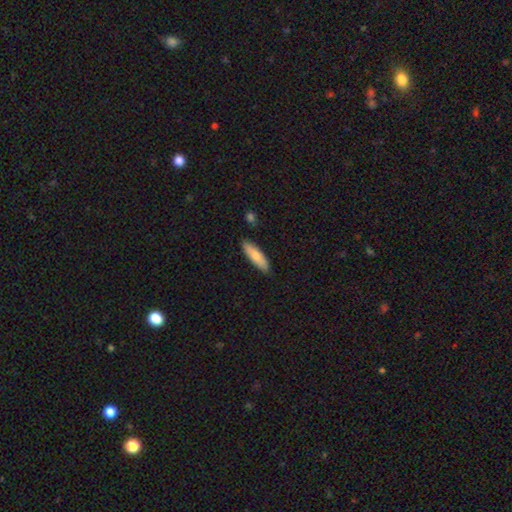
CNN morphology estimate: A smooth galaxy with no disk features (78%) that is cigar-shaped (57%). Merging: none (86%).